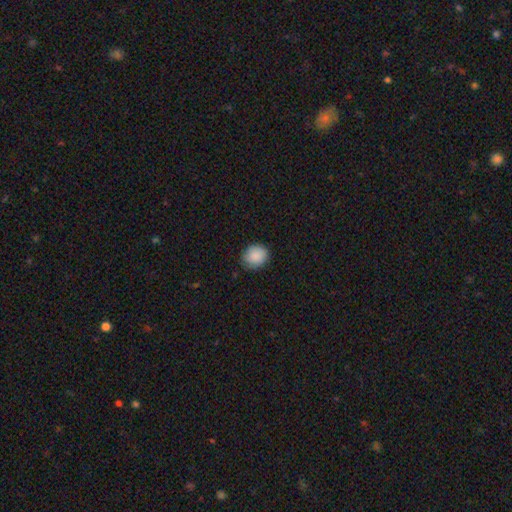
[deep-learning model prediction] A smooth galaxy with no disk features (89%) that is round (69%). Merging: none (80%).